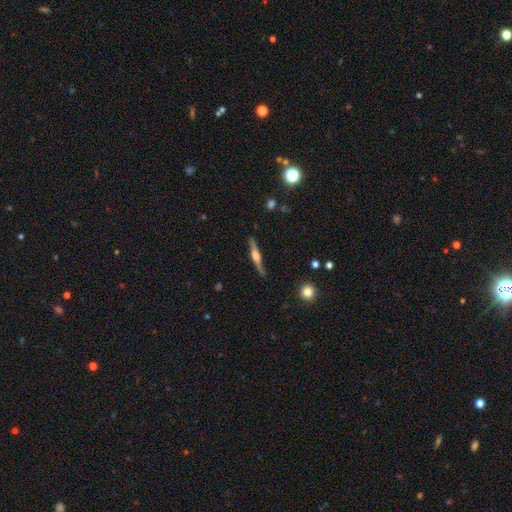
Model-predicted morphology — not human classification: Q: Smooth or featured?
A: featured or disk (70%); runner-up: smooth (24%)
Q: Edge-on disk?
A: yes (97%); runner-up: no (3%)
Q: Edge-on bulge?
A: rounded (78%); runner-up: boxy (17%)
Q: Merging?
A: none (85%); runner-up: minor disturbance (11%)